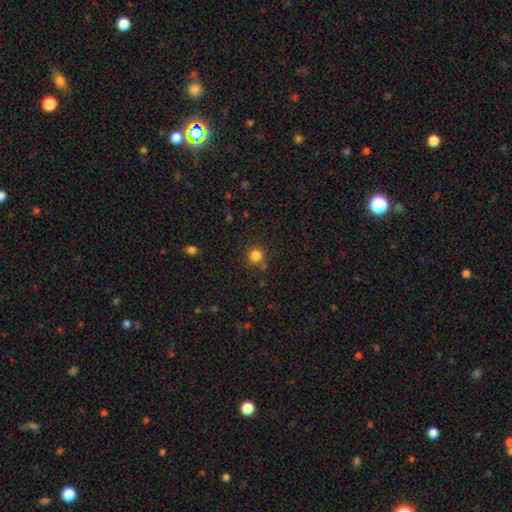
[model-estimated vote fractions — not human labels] Smooth or featured: smooth — 82% (star or artifact — 13%)
How rounded: round — 93% (in between — 6%)
Merging: none — 82% (minor disturbance — 9%)